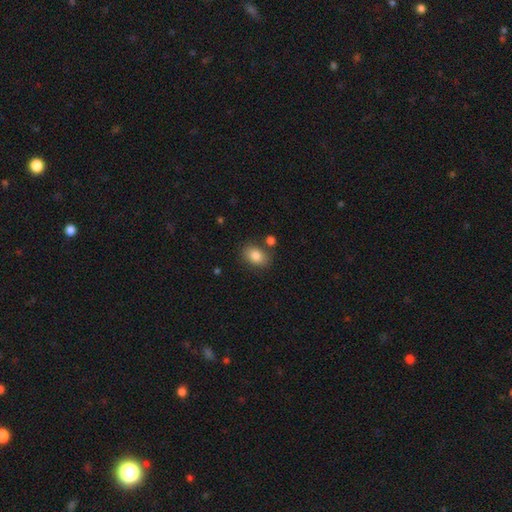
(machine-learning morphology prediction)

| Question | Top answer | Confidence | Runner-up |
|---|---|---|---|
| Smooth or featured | smooth | 83% | star or artifact (9%) |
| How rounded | in between | 78% | round (20%) |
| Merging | none | 78% | minor disturbance (12%) |